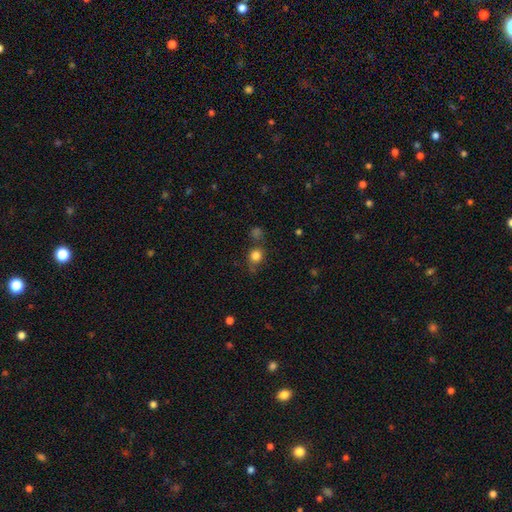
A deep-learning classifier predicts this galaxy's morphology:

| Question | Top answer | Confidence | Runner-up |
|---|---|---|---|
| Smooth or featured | smooth | 81% | star or artifact (13%) |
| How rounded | round | 83% | in between (16%) |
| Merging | none | 66% | minor disturbance (16%) |